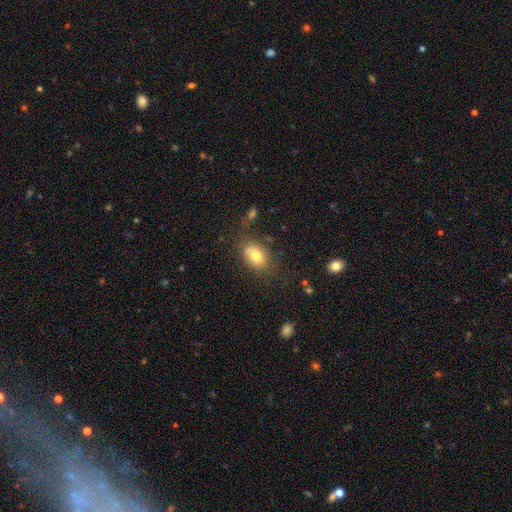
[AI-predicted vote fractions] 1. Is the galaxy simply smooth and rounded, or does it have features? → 74% smooth, 15% featured or disk, 11% star or artifact.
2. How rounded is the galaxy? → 68% in between, 31% round, 1% cigar-shaped.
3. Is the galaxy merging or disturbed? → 63% none, 21% minor disturbance, 8% merger, 8% major disturbance.